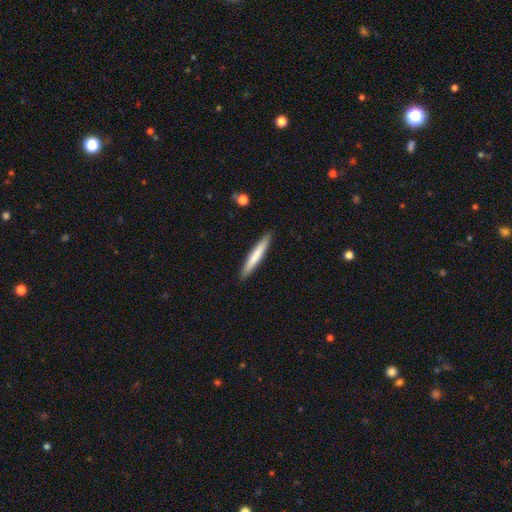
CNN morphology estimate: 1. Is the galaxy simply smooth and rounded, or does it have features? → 71% smooth, 24% featured or disk, 5% star or artifact.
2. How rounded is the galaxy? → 95% cigar-shaped, 4% in between, 1% round.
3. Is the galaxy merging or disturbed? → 91% none, 7% minor disturbance, 1% major disturbance, 1% merger.